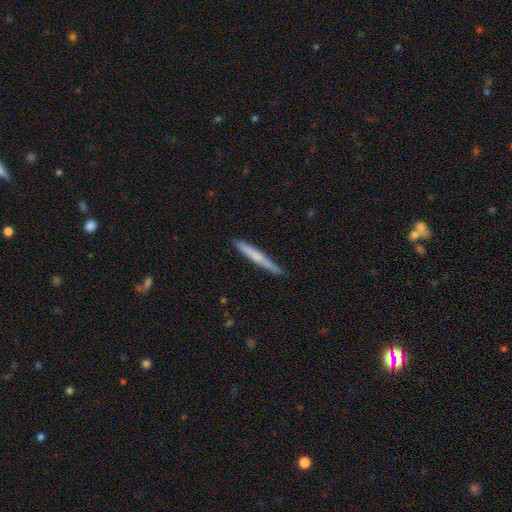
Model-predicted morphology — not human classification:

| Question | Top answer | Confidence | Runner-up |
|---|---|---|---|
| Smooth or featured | smooth | 58% | featured or disk (37%) |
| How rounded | cigar-shaped | 96% | in between (2%) |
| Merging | none | 88% | minor disturbance (9%) |